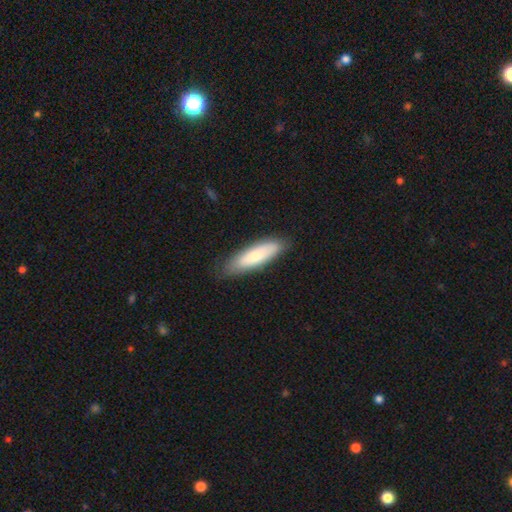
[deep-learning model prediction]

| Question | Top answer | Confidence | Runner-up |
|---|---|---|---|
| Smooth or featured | smooth | 68% | featured or disk (26%) |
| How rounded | in between | 52% | cigar-shaped (47%) |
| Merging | none | 82% | minor disturbance (14%) |